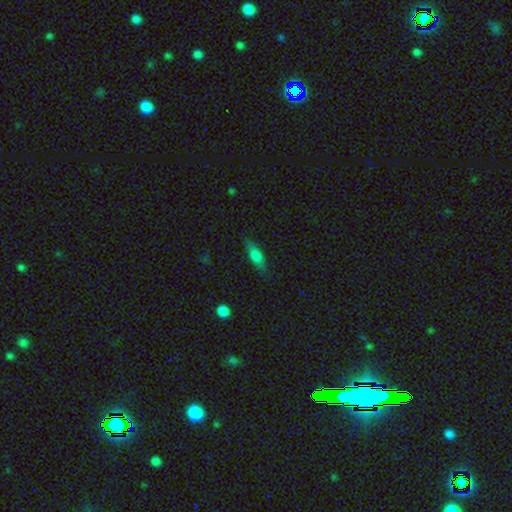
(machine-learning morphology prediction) smooth_or_featured: smooth (p=0.72) [alt: featured or disk p=0.20]
how_rounded: in between (p=0.59) [alt: cigar-shaped p=0.38]
merging: none (p=0.80) [alt: minor disturbance p=0.16]